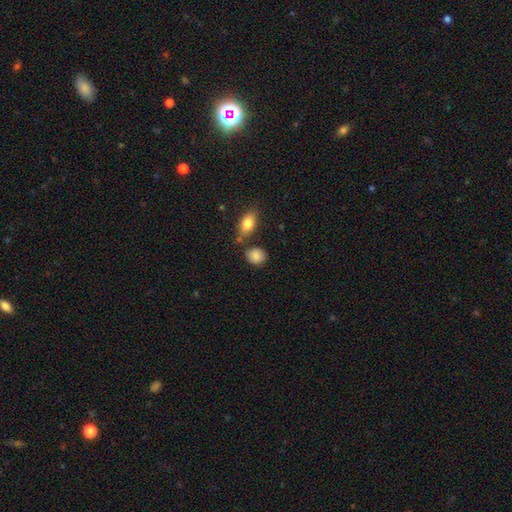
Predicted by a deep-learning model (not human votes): smooth_or_featured: smooth (p=0.86) [alt: star or artifact p=0.08]
how_rounded: round (p=0.55) [alt: in between p=0.43]
merging: none (p=0.73) [alt: minor disturbance p=0.14]